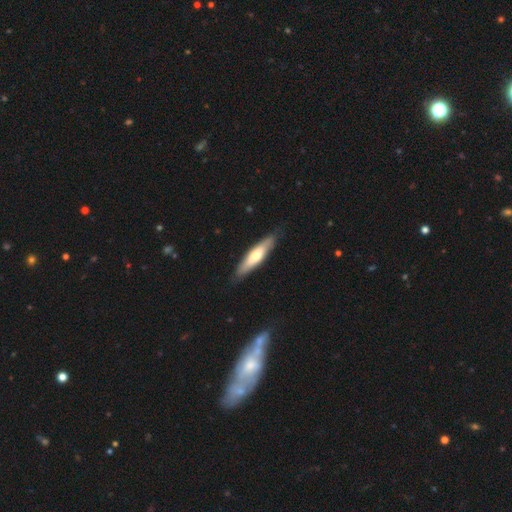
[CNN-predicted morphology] smooth_or_featured: smooth (p=0.57) [alt: featured or disk p=0.38]
how_rounded: cigar-shaped (p=0.76) [alt: in between p=0.23]
merging: none (p=0.84) [alt: minor disturbance p=0.13]